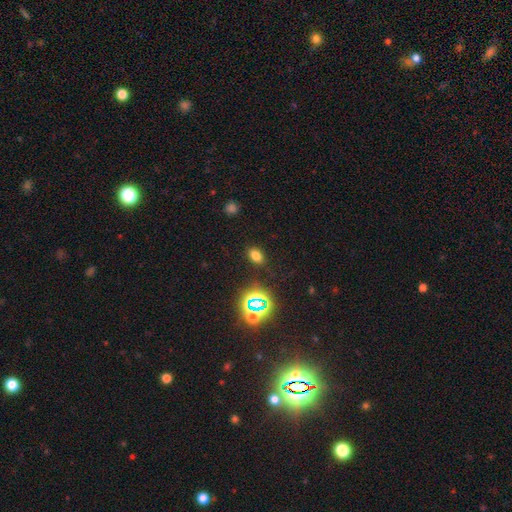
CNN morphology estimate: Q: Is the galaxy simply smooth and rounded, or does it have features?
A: smooth — 69%.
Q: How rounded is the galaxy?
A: in between — 80%.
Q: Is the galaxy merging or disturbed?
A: none — 85%.